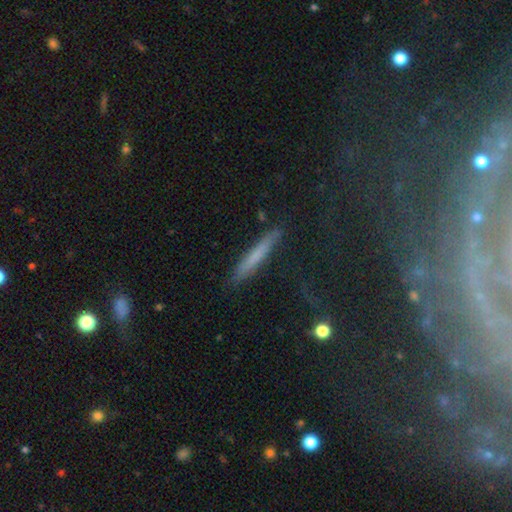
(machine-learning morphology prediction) This appears to be a smooth galaxy with no disk features (65%) that is cigar-shaped (95%). Merging: none (85%).